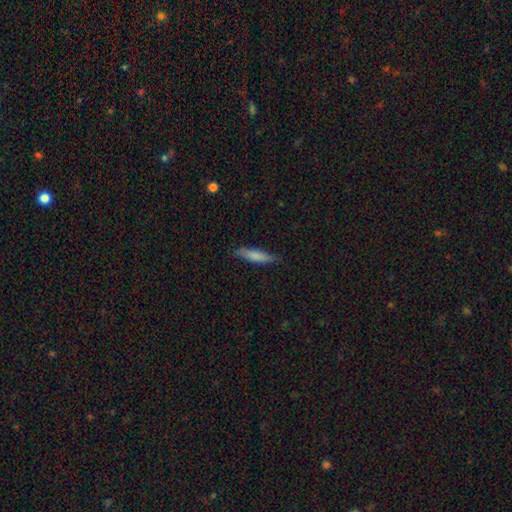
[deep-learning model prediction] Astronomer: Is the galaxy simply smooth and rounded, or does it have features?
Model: smooth — 74%.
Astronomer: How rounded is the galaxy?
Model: cigar-shaped — 81%.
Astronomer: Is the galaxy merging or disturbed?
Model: none — 80%.